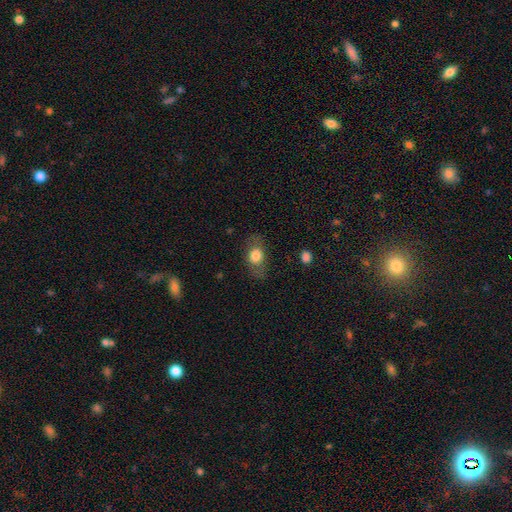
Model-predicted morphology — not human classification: Smooth or featured? smooth (71%)
How rounded? in between (73%)
Merging? none (75%)